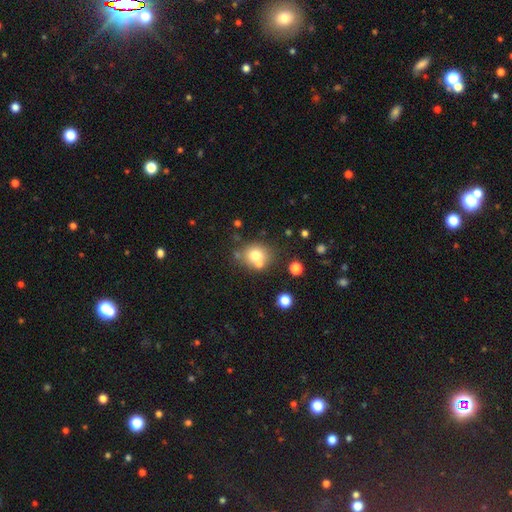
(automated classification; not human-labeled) A smooth galaxy with no disk features (72%) that is round (74%).

Vote fractions:
- Smooth or featured? smooth: 72% / featured or disk: 15% / star or artifact: 13%
- How rounded? round: 74% / in between: 25% / cigar-shaped: 1%
- Merging? none: 60% / merger: 25% / minor disturbance: 11% / major disturbance: 4%